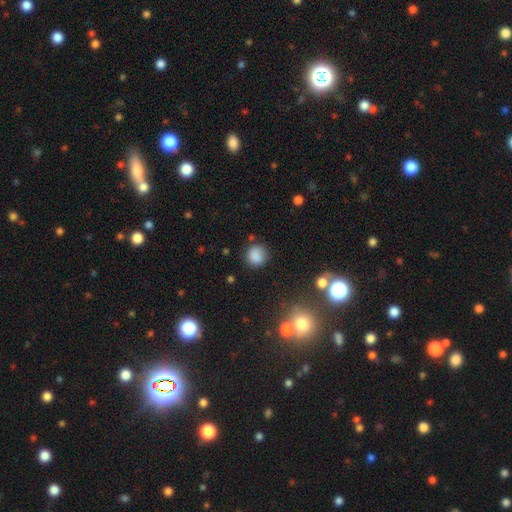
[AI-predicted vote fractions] A smooth galaxy with no disk features (83%) that is round (82%).

Vote fractions:
- Smooth or featured? smooth: 83% / star or artifact: 12% / featured or disk: 5%
- How rounded? round: 82% / in between: 16% / cigar-shaped: 1%
- Merging? none: 80% / minor disturbance: 13% / major disturbance: 4% / merger: 3%